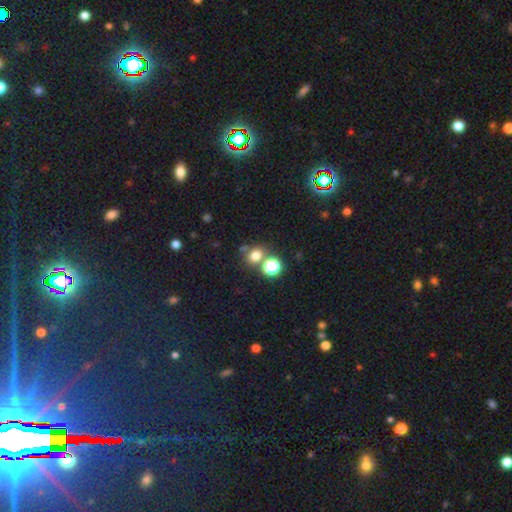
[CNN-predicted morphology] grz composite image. It shows a smooth galaxy with no disk features (71%) that is round (70%). Merging: none (63%).